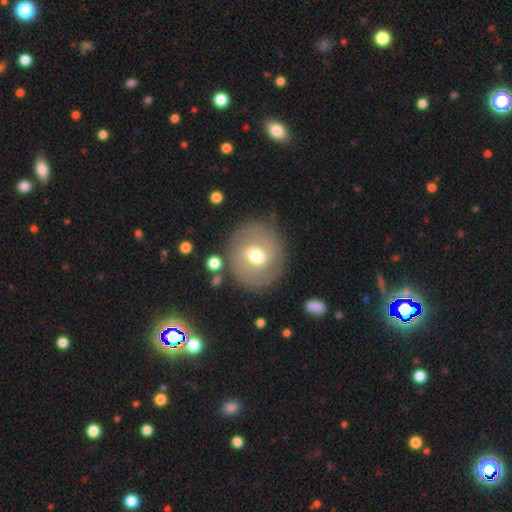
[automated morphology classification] Smooth or featured? Predicted: smooth (p=0.46, tied with featured or disk). Merging? Predicted: none (p=0.78).